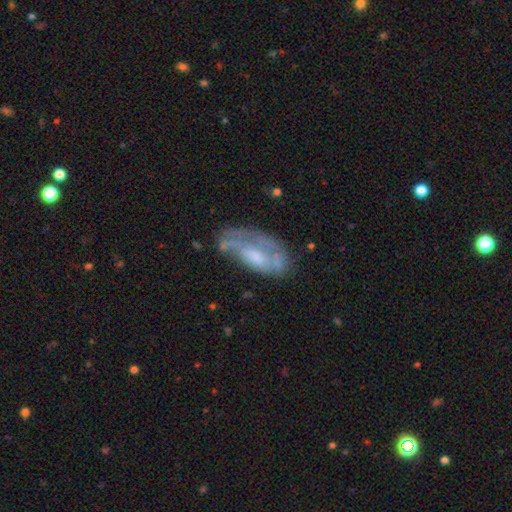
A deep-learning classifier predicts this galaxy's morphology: Q: Smooth or featured?
A: featured or disk (61%); runner-up: smooth (32%)
Q: Edge-on disk?
A: no (91%); runner-up: yes (9%)
Q: Bar?
A: no (70%); runner-up: weak (25%)
Q: Spiral arms?
A: yes (55%); runner-up: no (45%)
Q: Bulge size?
A: moderate (44%); runner-up: small (25%)
Q: Merging?
A: none (43%); runner-up: minor disturbance (26%)